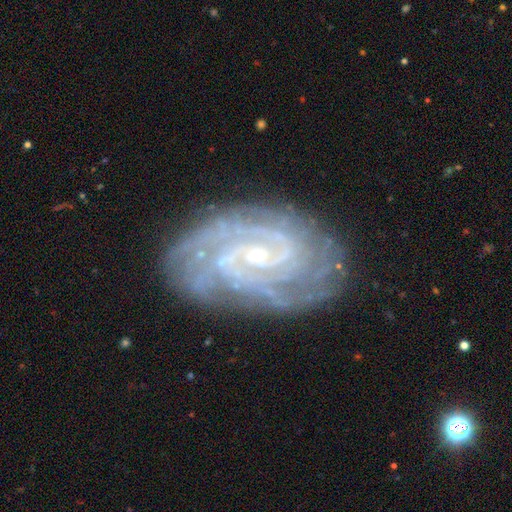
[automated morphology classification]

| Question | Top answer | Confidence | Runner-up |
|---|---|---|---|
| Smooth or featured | featured or disk | 89% | star or artifact (6%) |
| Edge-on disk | no | 97% | yes (3%) |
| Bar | no | 42% | tied: weak (42%) |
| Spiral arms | yes | 98% | no (2%) |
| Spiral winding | tight | 70% | medium (25%) |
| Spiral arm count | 2 | 25% | can't tell (24%) |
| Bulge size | small | 79% | moderate (17%) |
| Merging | none | 78% | minor disturbance (15%) |